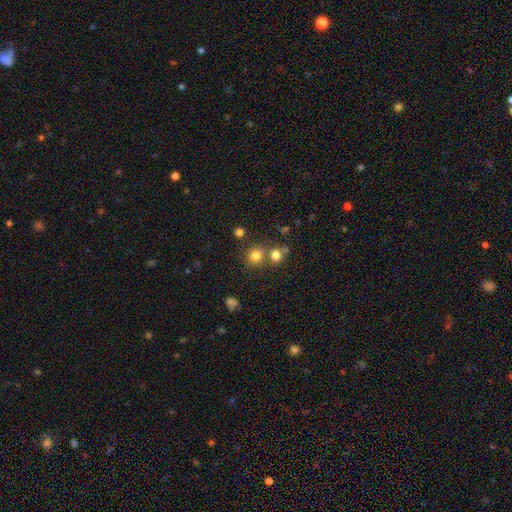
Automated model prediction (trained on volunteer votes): This appears to be a smooth galaxy with no disk features (78%) that is round (83%). Merging: none (62%).